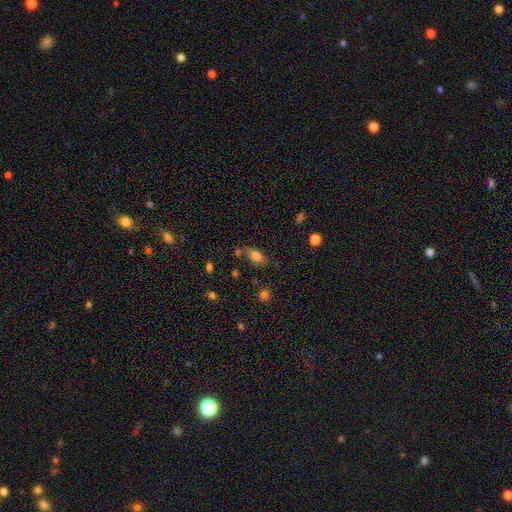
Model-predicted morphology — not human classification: smooth 77%, featured or disk 13%, star or artifact 10%. Down the decision tree: how rounded — in between (87%); merging — none (66%).